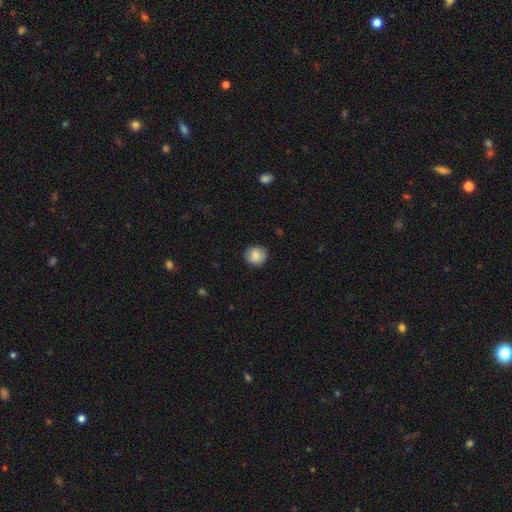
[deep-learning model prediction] Overall: smooth (87%). How rounded: round (88%). Merging: none (87%).